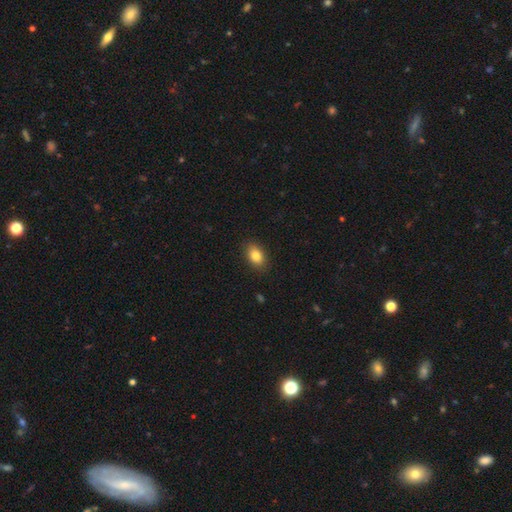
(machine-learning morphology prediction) Smooth or featured? Predicted: smooth (p=0.85). How rounded? Predicted: in between (p=0.85). Merging? Predicted: none (p=0.87).